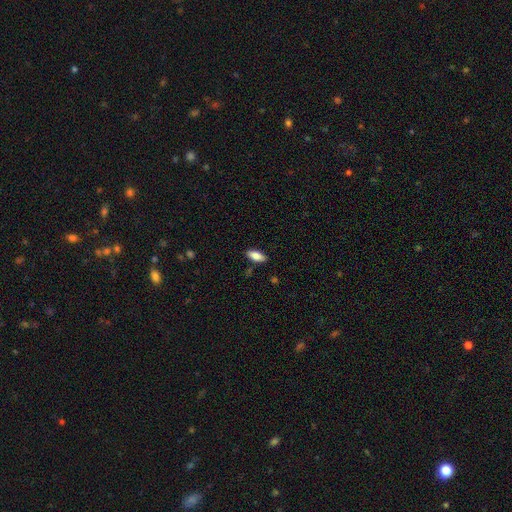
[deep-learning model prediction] Smooth or featured? Predicted: smooth (p=0.81). How rounded? Predicted: in between (p=0.84). Merging? Predicted: none (p=0.85).